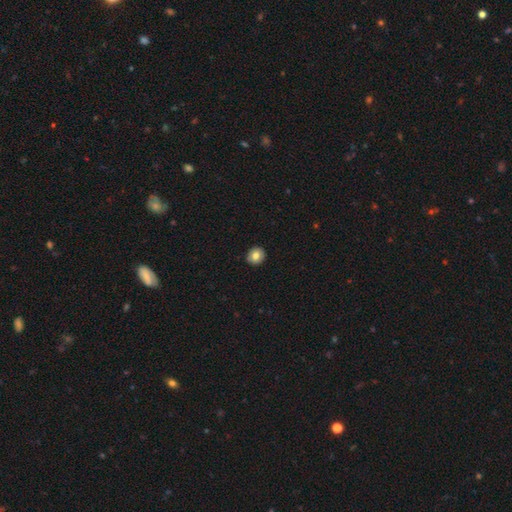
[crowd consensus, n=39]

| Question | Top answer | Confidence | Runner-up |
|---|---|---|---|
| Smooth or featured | smooth | 74% | featured or disk (15%) |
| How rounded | round | 93% | in between (7%) |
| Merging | none | 100% | — |